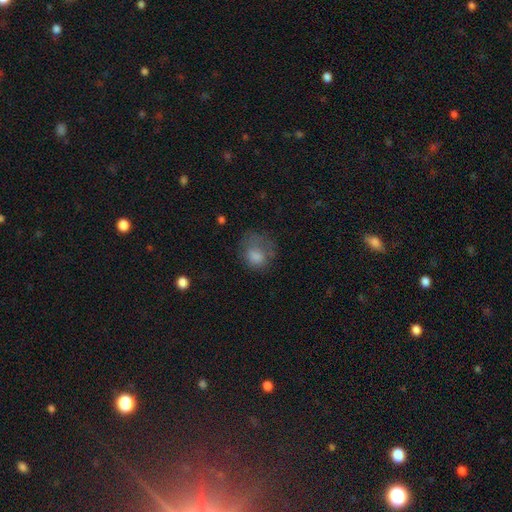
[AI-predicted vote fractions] This is likely a smooth galaxy (68%). How rounded: possibly round (57%). Merging: marginally none (39%).